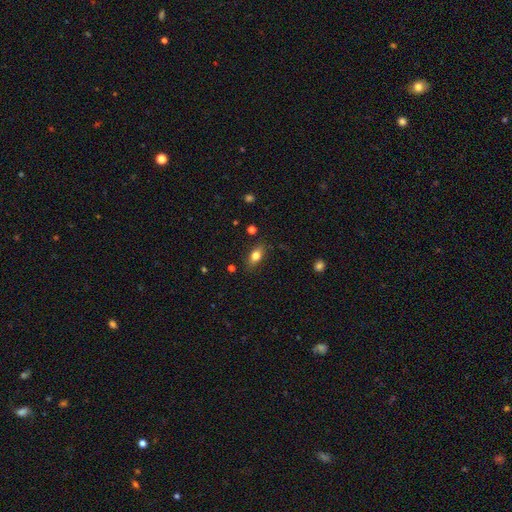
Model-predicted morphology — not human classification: Overall: smooth (76%). How rounded: in between (80%). Merging: none (81%).